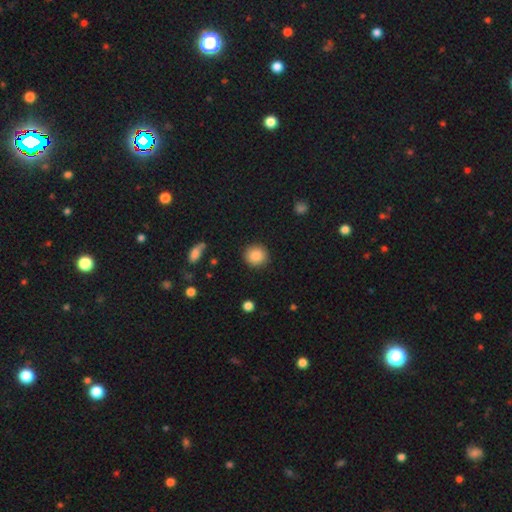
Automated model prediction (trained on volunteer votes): This is clearly a smooth galaxy (88%). How rounded: clearly round (90%). Merging: clearly none (90%).